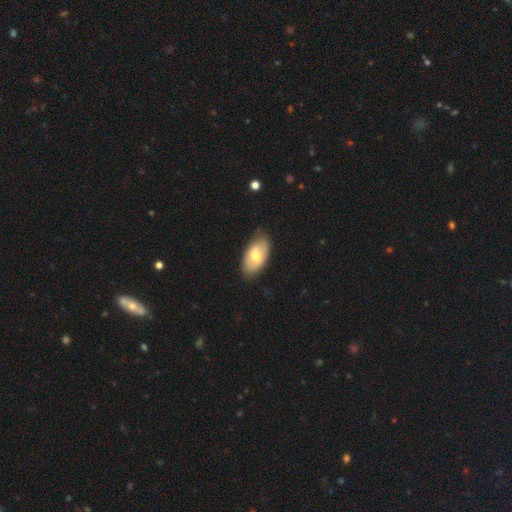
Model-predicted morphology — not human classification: This appears to be a smooth galaxy with no disk features (65%) that is in between round and cigar-shaped (94%). Merging: none (76%).